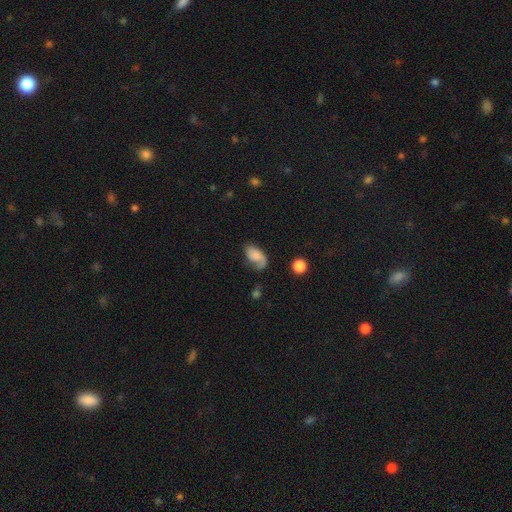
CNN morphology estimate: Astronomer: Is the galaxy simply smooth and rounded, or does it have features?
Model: smooth — 49% (runner-up: featured or disk, 43%).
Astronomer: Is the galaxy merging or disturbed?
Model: none — 46% (runner-up: minor disturbance, 28%).